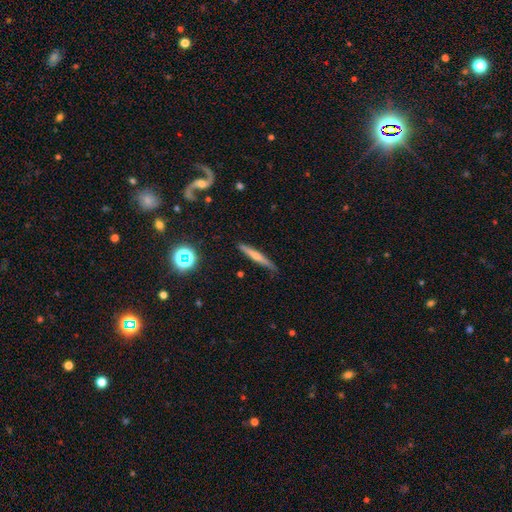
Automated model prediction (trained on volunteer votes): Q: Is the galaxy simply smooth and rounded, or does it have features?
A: featured or disk — 47%.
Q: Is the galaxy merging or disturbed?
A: none — 83%.